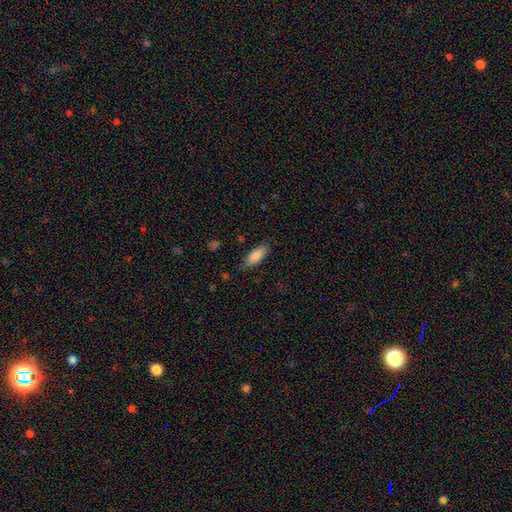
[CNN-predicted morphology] This is clearly a smooth galaxy (86%). How rounded: likely in between (75%). Merging: clearly none (80%).